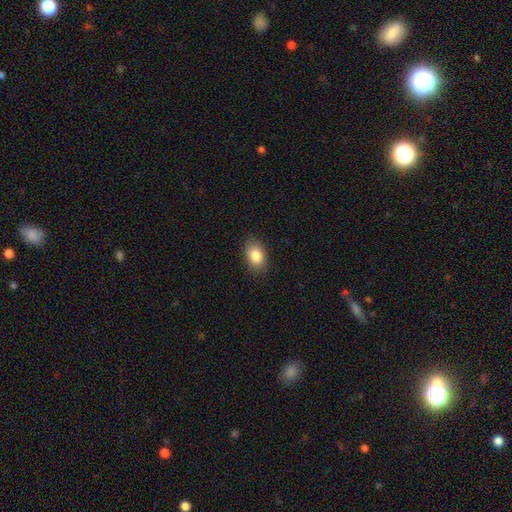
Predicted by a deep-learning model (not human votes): Overall: smooth (85%). How rounded: in between (84%). Merging: none (87%).